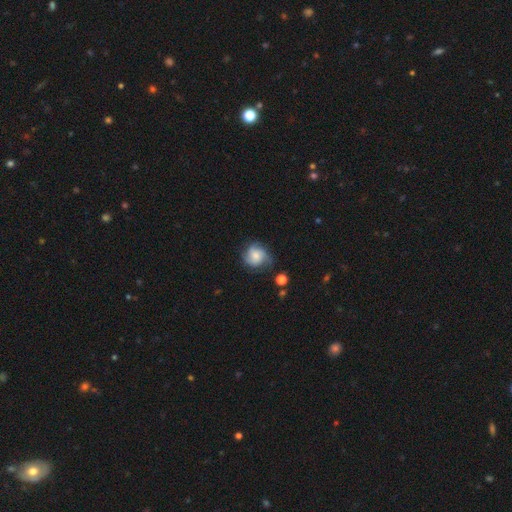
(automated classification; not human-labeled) Morphology: type=featured or disk (54%); edge-on=no (97%); bar=no (73%); spiral arms=yes (90%); bulge=moderate (41%); merging=none (65%).